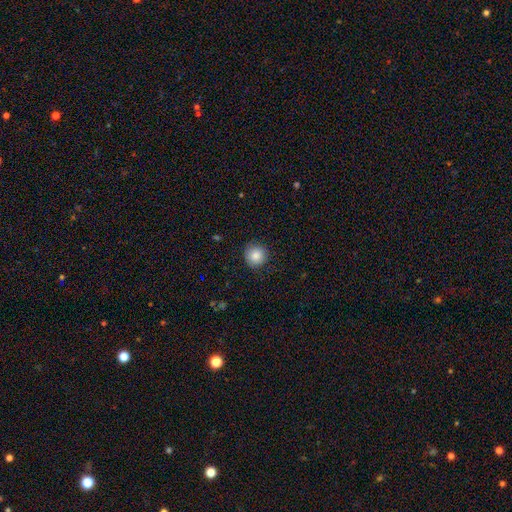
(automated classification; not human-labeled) This appears to be a smooth galaxy with no disk features (85%) that is round (94%). Merging: none (88%).